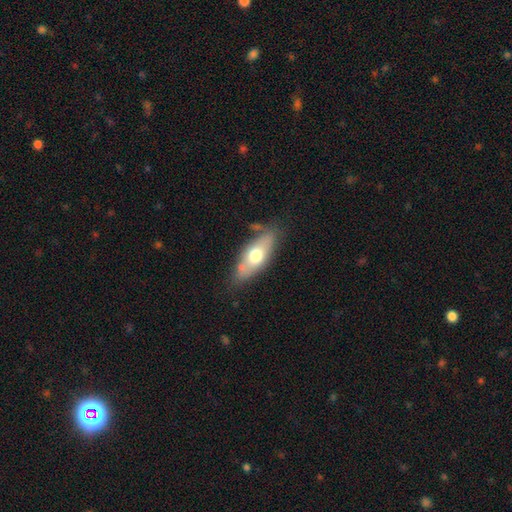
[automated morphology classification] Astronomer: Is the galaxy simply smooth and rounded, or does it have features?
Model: smooth — 60%.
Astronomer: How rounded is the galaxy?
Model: in between — 73%.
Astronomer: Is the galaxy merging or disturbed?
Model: none — 70%.